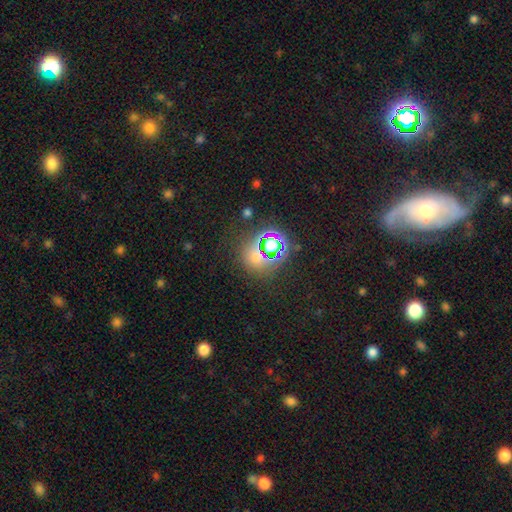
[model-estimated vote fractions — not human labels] Morphology: type=star or artifact (57%).